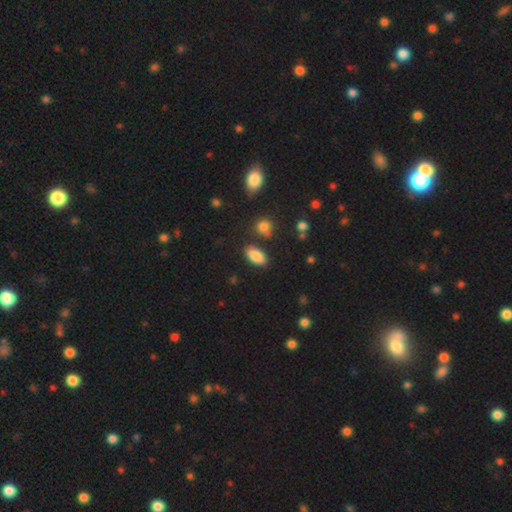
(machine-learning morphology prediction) type=smooth (86%); roundness=in between (90%); merging=none (82%).